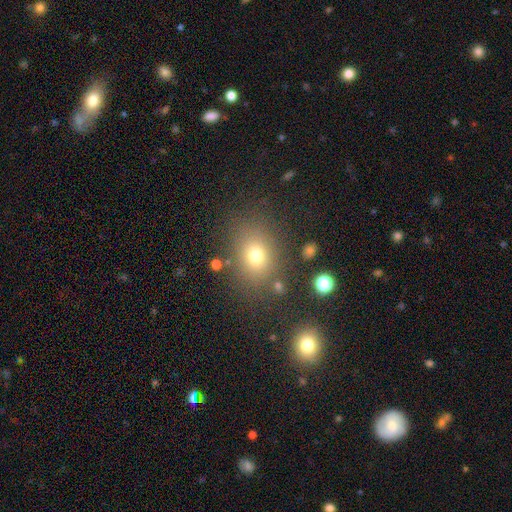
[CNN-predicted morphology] The model was most divided on "how rounded": in between: 57%, round: 42%, cigar-shaped: 1%. More confident: merging — none (79%); smooth or featured — smooth (73%).